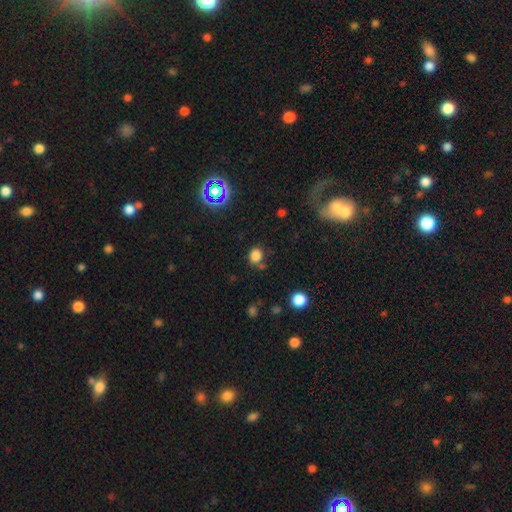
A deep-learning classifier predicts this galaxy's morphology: Smooth or featured? smooth (78%)
How rounded? round (75%)
Merging? none (68%)